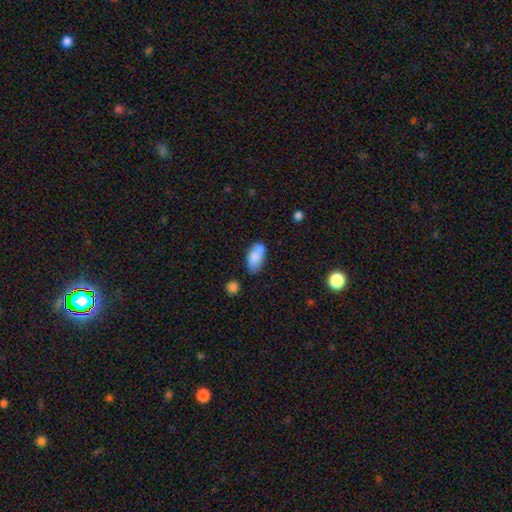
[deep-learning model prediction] Smooth or featured? smooth (80%)
How rounded? in between (92%)
Merging? none (54%)